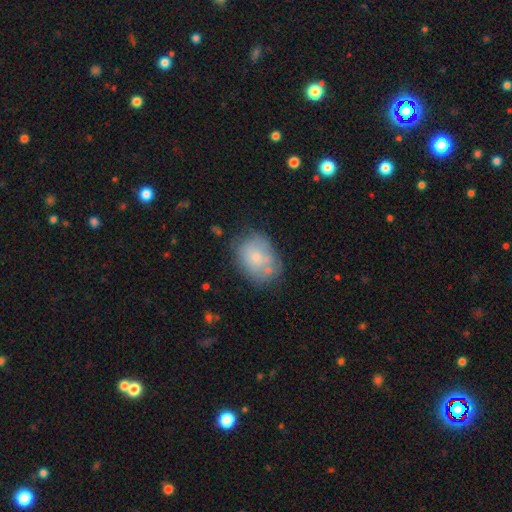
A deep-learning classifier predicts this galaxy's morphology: smooth_or_featured: smooth (p=0.65) [alt: featured or disk p=0.25]
how_rounded: in between (p=0.65) [alt: round p=0.34]
merging: none (p=0.59) [alt: minor disturbance p=0.24]